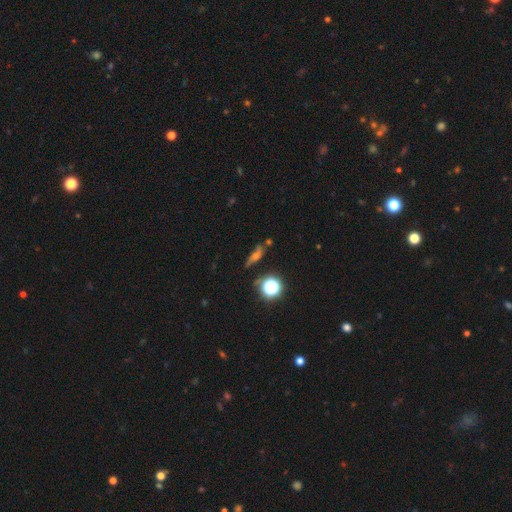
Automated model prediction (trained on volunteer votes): A featured or disk galaxy (40%). Merging: none (72%).